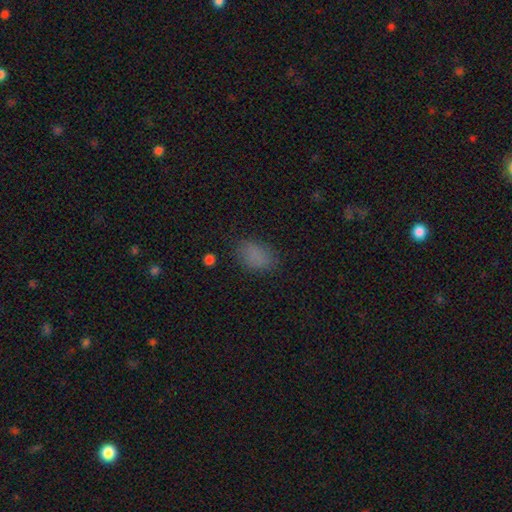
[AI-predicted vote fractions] This appears to be a smooth galaxy with no disk features (81%) that is in between round and cigar-shaped (87%). Merging: none (76%).